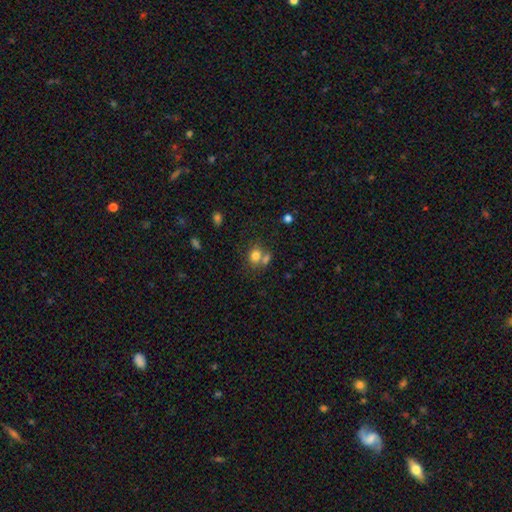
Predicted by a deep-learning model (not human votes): Q: Smooth or featured?
A: smooth (78%); runner-up: star or artifact (11%)
Q: How rounded?
A: round (55%); runner-up: in between (44%)
Q: Merging?
A: none (47%); runner-up: merger (36%)